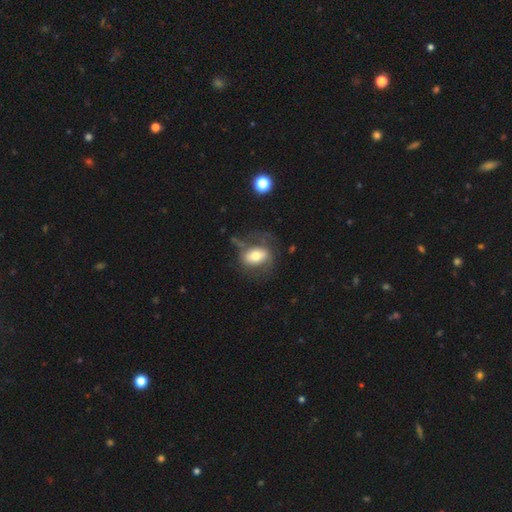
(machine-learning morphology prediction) Smooth or featured?
  - smooth: 58% *
  - featured or disk: 34%
  - star or artifact: 8%
How rounded?
  - in between: 76% *
  - round: 22%
  - cigar-shaped: 2%
Merging?
  - none: 45% *
  - major disturbance: 26%
  - minor disturbance: 24%
  - merger: 5%